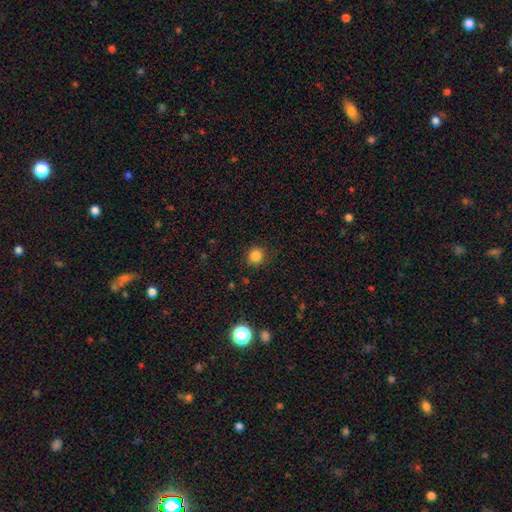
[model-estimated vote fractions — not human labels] Overall: smooth (84%). How rounded: round (89%). Merging: none (89%).